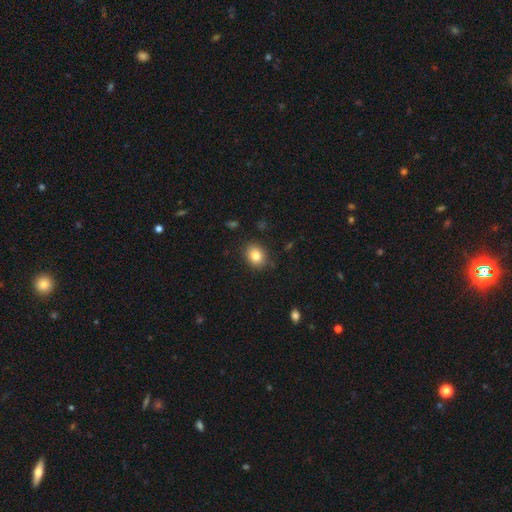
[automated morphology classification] smooth_or_featured: smooth (p=0.82) [alt: star or artifact p=0.10]
how_rounded: round (p=0.57) [alt: in between p=0.42]
merging: none (p=0.86) [alt: minor disturbance p=0.10]